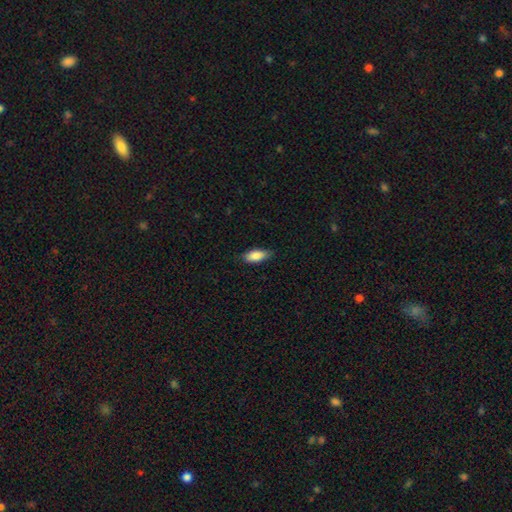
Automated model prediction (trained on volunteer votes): Overall: smooth (87%). How rounded: in between (84%). Merging: none (80%).